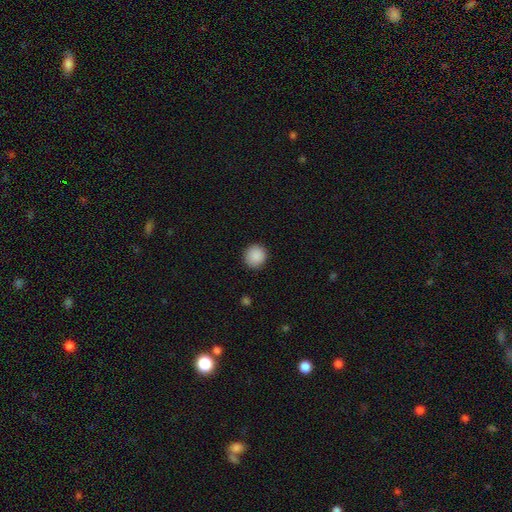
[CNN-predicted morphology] smooth_or_featured: smooth (p=0.89) [alt: star or artifact p=0.08]
how_rounded: round (p=0.93) [alt: in between p=0.06]
merging: none (p=0.91) [alt: minor disturbance p=0.06]